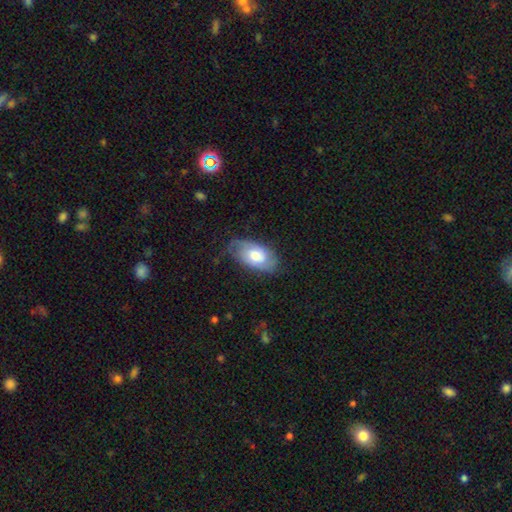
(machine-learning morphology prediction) Smooth or featured?
  - featured or disk: 52% *
  - smooth: 42%
  - star or artifact: 6%
Edge-on disk?
  - no: 92% *
  - yes: 8%
Merging?
  - none: 66% *
  - minor disturbance: 25%
  - major disturbance: 8%
  - merger: 1%